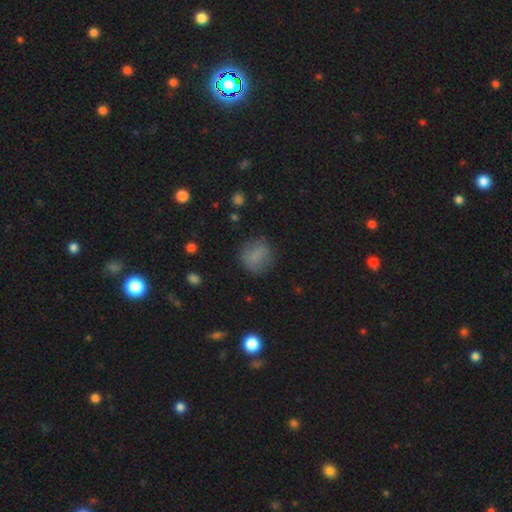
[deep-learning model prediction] Smooth or featured?
  - smooth: 79% *
  - star or artifact: 11%
  - featured or disk: 10%
How rounded?
  - round: 82% *
  - in between: 17%
  - cigar-shaped: 1%
Merging?
  - none: 80% *
  - minor disturbance: 14%
  - major disturbance: 5%
  - merger: 1%